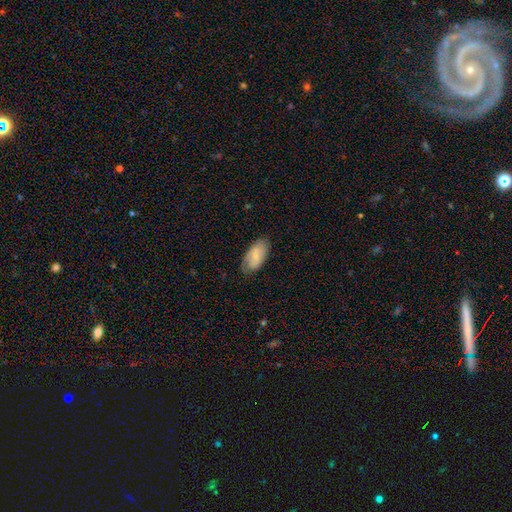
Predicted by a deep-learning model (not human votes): smooth_or_featured: smooth (p=0.66) [alt: featured or disk p=0.28]
how_rounded: in between (p=0.93) [alt: cigar-shaped p=0.04]
merging: none (p=0.74) [alt: minor disturbance p=0.20]